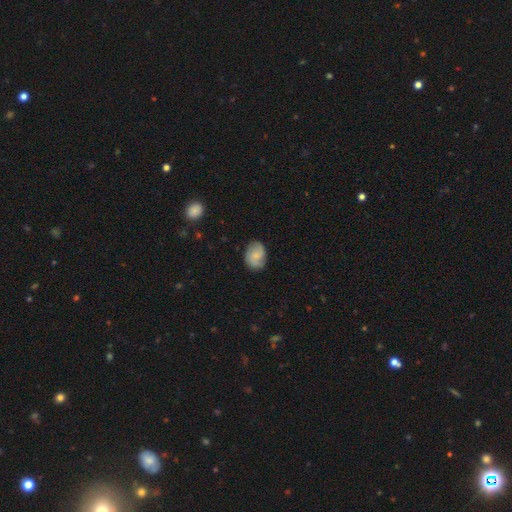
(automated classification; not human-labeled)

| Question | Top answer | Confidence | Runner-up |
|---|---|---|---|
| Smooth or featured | smooth | 55% | featured or disk (37%) |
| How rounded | in between | 64% | round (35%) |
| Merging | none | 73% | minor disturbance (21%) |